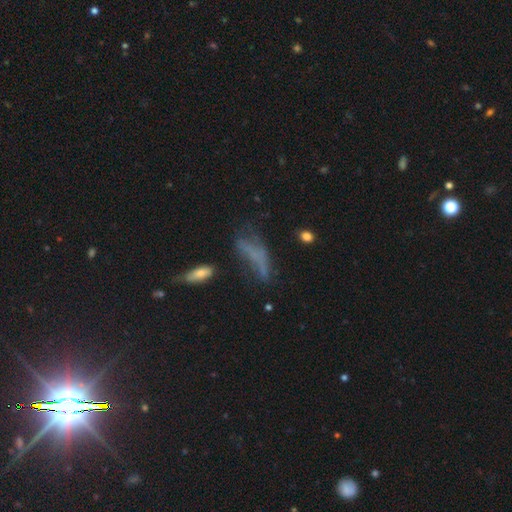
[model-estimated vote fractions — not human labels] This is possibly a smooth galaxy (46%). Merging: marginally none (34%).